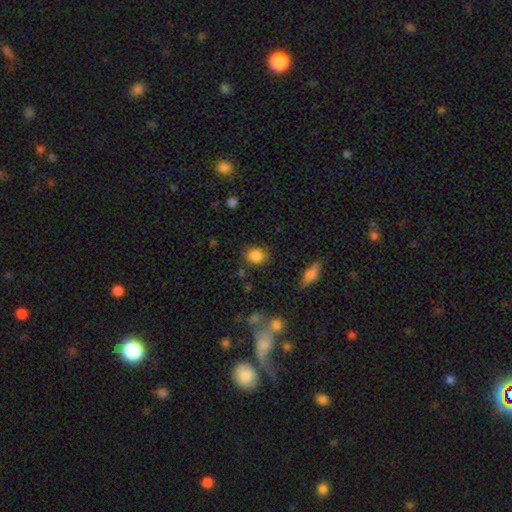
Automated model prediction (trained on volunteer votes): A smooth galaxy with no disk features (85%) that is in between round and cigar-shaped (50%). Merging: none (79%).